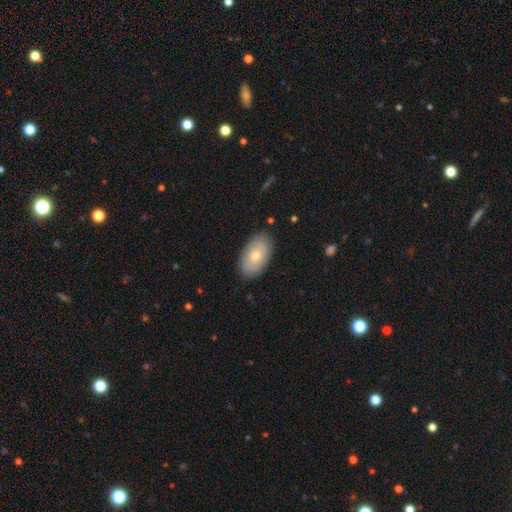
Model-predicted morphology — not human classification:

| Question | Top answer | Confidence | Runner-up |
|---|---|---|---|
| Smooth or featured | smooth | 66% | featured or disk (28%) |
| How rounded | in between | 93% | round (6%) |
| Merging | none | 85% | minor disturbance (11%) |